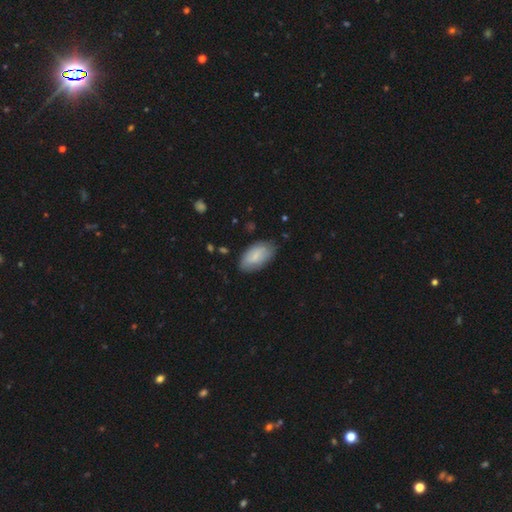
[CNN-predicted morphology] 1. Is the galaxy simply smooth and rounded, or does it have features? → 77% smooth, 17% featured or disk, 6% star or artifact.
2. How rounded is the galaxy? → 95% in between, 3% cigar-shaped, 3% round.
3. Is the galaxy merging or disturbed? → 77% none, 18% minor disturbance, 4% major disturbance, 1% merger.